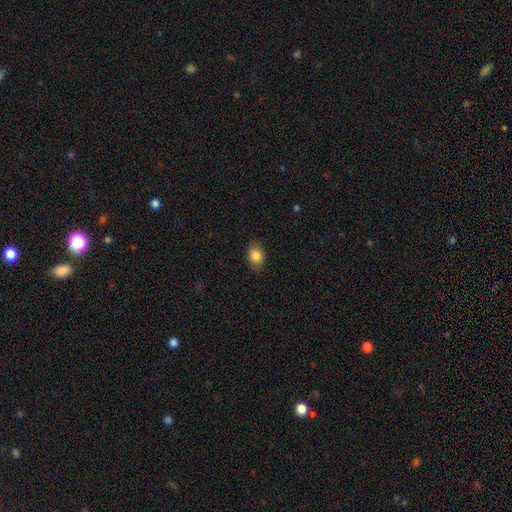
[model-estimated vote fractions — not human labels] smooth_or_featured: smooth (p=0.84) [alt: star or artifact p=0.08]
how_rounded: in between (p=0.83) [alt: round p=0.16]
merging: none (p=0.85) [alt: minor disturbance p=0.12]